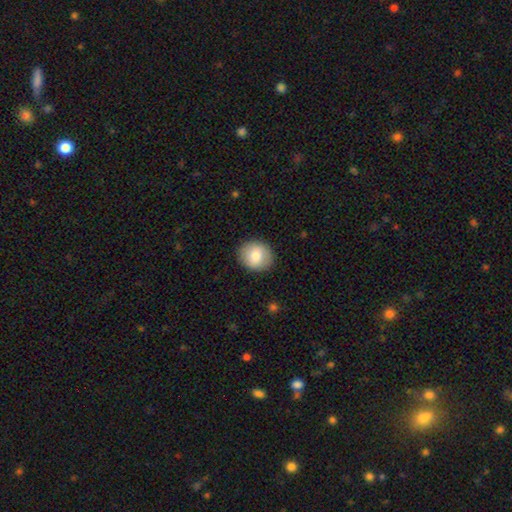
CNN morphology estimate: Smooth or featured? Predicted: smooth (p=0.79). How rounded? Predicted: round (p=0.77). Merging? Predicted: none (p=0.89).